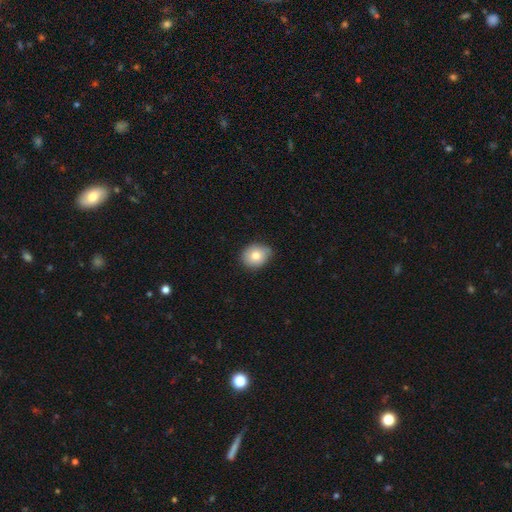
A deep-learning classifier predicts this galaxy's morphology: smooth_or_featured: smooth (p=0.80) [alt: featured or disk p=0.12]
how_rounded: round (p=0.64) [alt: in between p=0.36]
merging: none (p=0.74) [alt: minor disturbance p=0.22]